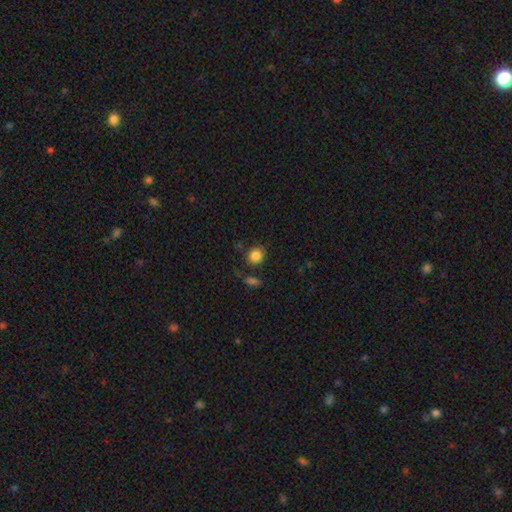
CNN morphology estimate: A smooth galaxy with no disk features (84%) that is round (81%). Merging: none (79%).